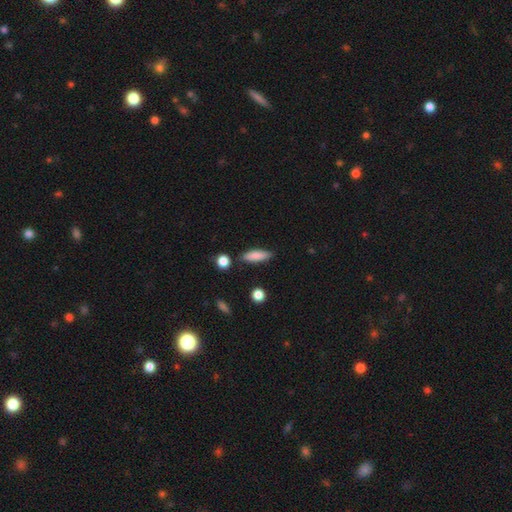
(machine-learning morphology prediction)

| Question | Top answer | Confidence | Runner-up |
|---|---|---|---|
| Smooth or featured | smooth | 81% | featured or disk (12%) |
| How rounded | cigar-shaped | 51% | in between (46%) |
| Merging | none | 81% | minor disturbance (13%) |